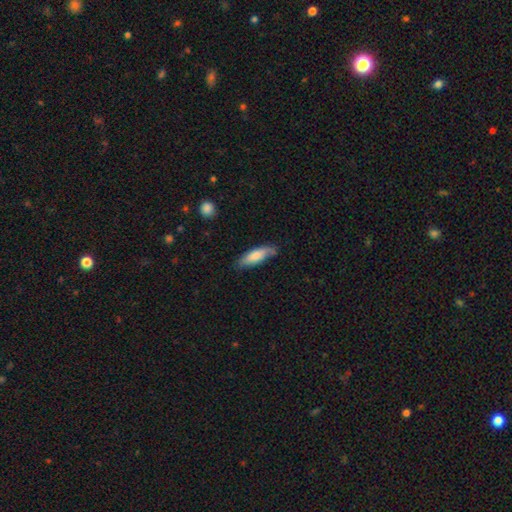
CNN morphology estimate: This is likely a smooth galaxy (78%). How rounded: possibly cigar-shaped (49%, tied with in between). Merging: likely none (69%).